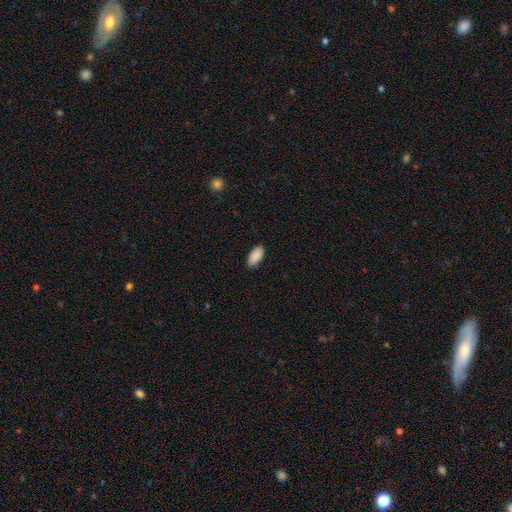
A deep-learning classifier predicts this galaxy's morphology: Smooth or featured? smooth (90%)
How rounded? in between (93%)
Merging? none (84%)